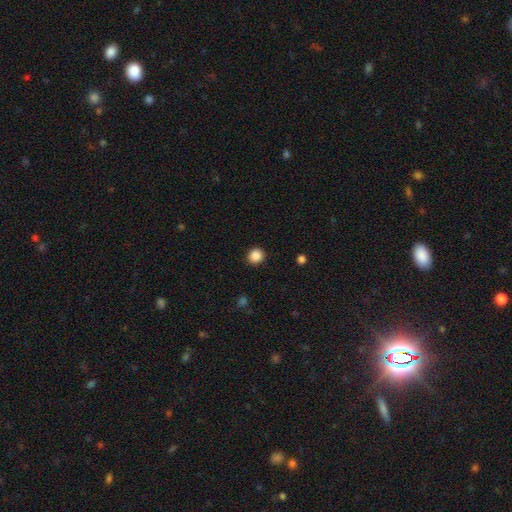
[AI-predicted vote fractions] This is clearly a smooth galaxy (88%). How rounded: clearly round (90%). Merging: clearly none (92%).